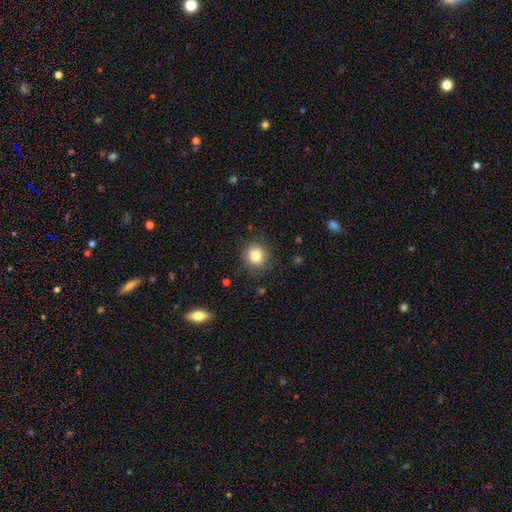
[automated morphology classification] Smooth or featured? smooth (83%)
How rounded? round (89%)
Merging? none (87%)